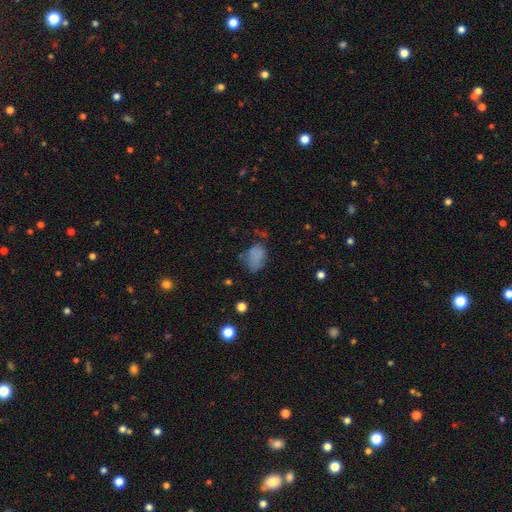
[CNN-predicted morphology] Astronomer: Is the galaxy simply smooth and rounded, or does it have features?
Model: smooth — 77%.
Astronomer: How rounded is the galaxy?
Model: in between — 76%.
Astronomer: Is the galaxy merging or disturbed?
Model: none — 47% (runner-up: minor disturbance, 31%).